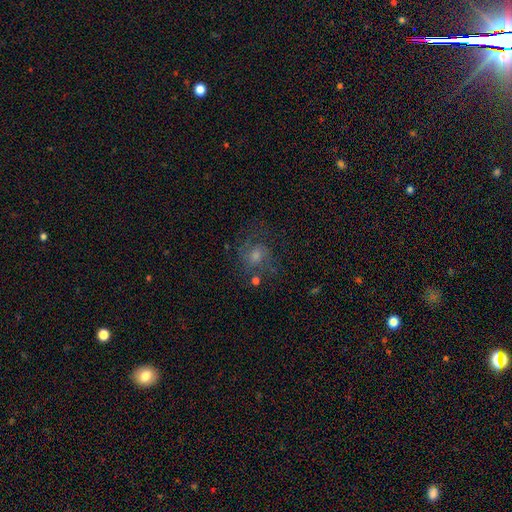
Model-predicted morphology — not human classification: smooth_or_featured: featured or disk (p=0.50) [alt: smooth p=0.27]
disk_edge_on: no (p=0.97) [alt: yes p=0.03]
merging: none (p=0.67) [alt: minor disturbance p=0.16]